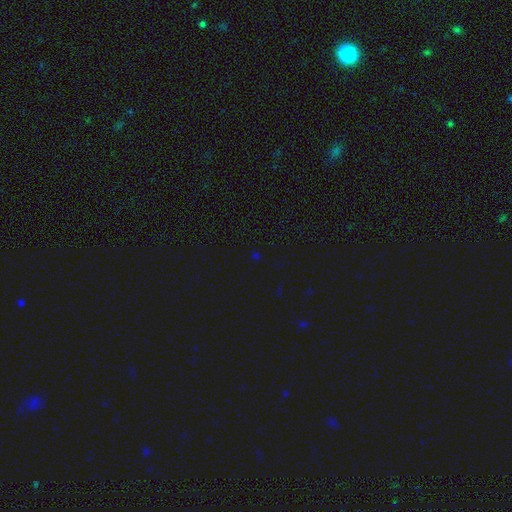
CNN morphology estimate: This is likely a star or artifact rather than a galaxy (70%).